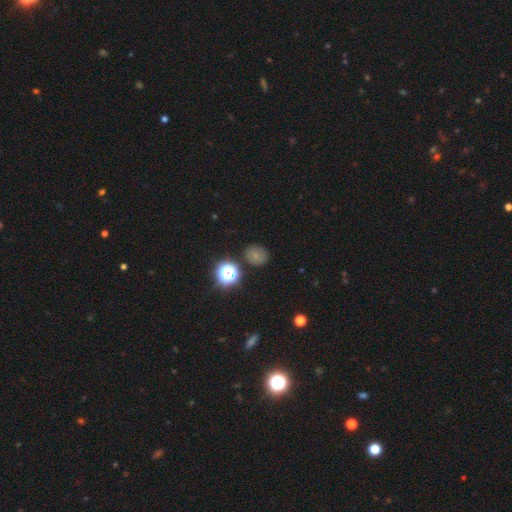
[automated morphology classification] smooth-or-featured: smooth: 65% | star or artifact: 24% | featured or disk: 11%
  how-rounded: round: 72% | in between: 27% | cigar-shaped: 1%
  merging: none: 81% | minor disturbance: 12% | major disturbance: 4% | merger: 4%